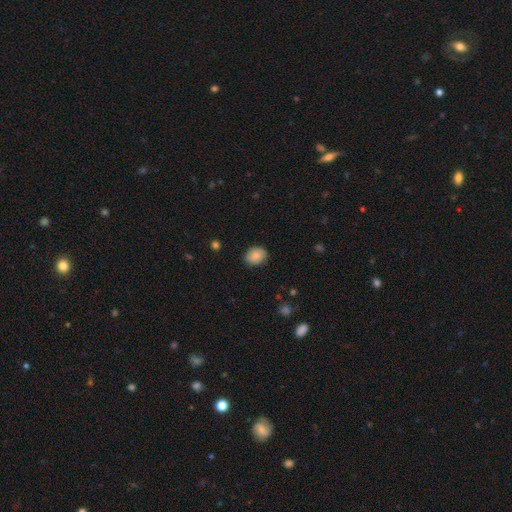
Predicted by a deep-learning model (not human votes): smooth-or-featured: smooth: 85% | featured or disk: 8% | star or artifact: 8%
  how-rounded: in between: 57% | round: 42% | cigar-shaped: 1%
  merging: none: 84% | minor disturbance: 12% | major disturbance: 3% | merger: 1%